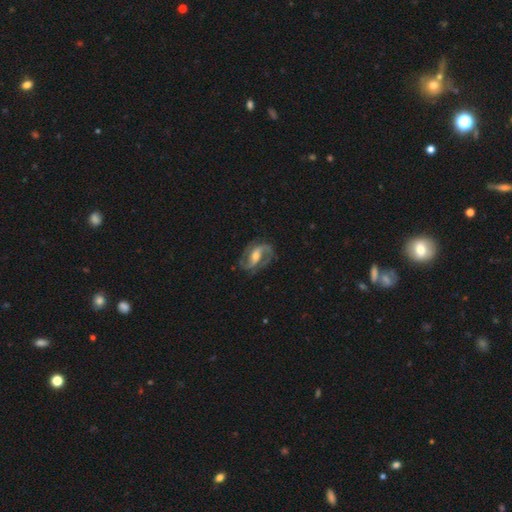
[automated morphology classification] Overall: featured or disk (88%). Edge-on disk: no (97%). Bar: strong (41%; weak 40%). Spiral arms: yes (96%). Spiral arm count: 2 (89%). Spiral winding: medium (54%; loose 23%). Bulge size: moderate (59%; small 30%). Merging: none (76%).